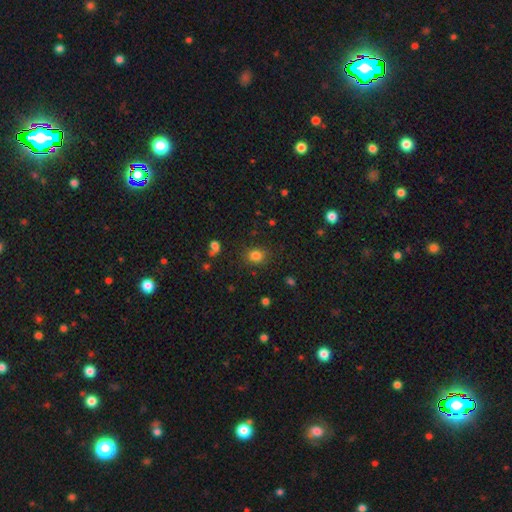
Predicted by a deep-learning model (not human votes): Overall: smooth (81%). How rounded: round (65%; in between 34%). Merging: none (84%).